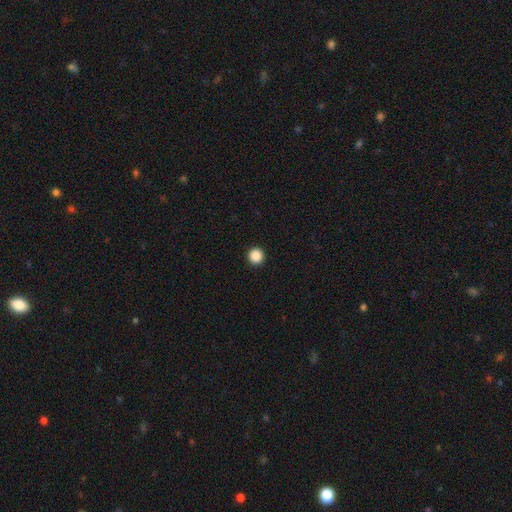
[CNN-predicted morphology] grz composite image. It shows a smooth galaxy with no disk features (88%) that is round (96%). Merging: none (94%).